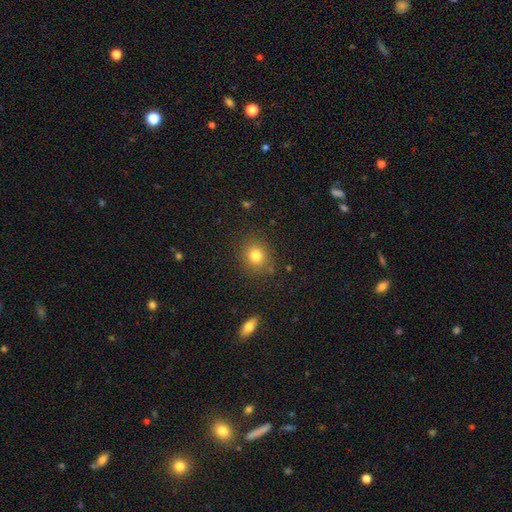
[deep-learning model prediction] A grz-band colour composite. It shows a smooth galaxy with no disk features (81%) that is round (79%). Merging: none (85%).